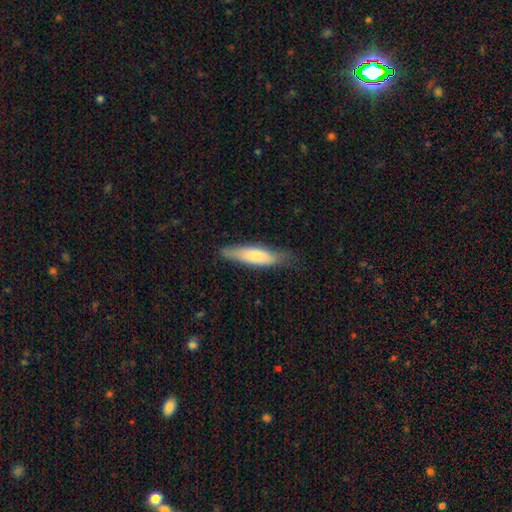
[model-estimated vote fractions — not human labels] Smooth or featured: smooth — 67% (featured or disk — 28%)
How rounded: cigar-shaped — 67% (in between — 31%)
Merging: none — 68% (minor disturbance — 25%)